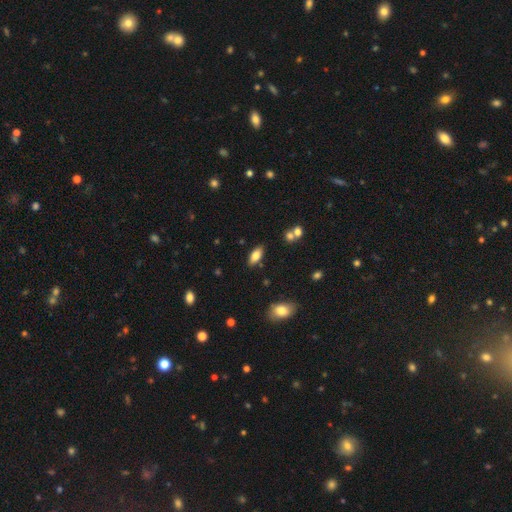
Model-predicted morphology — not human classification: Smooth or featured?
  - smooth: 78% *
  - featured or disk: 14%
  - star or artifact: 8%
How rounded?
  - in between: 86% *
  - cigar-shaped: 11%
  - round: 3%
Merging?
  - none: 83% *
  - minor disturbance: 11%
  - merger: 3%
  - major disturbance: 3%